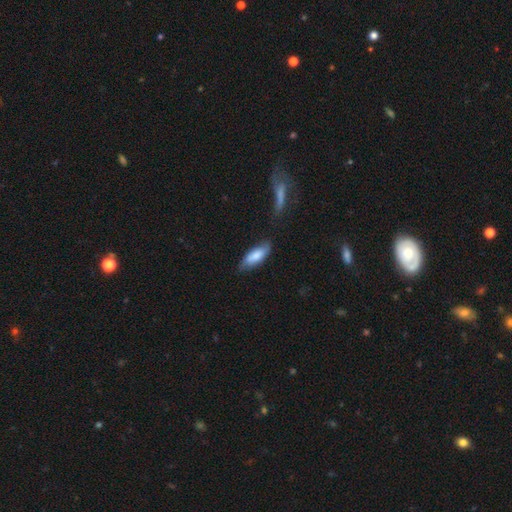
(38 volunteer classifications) This appears to be a smooth galaxy with no disk features (89%) that is in between round and cigar-shaped (76%). Merging: none (46%).